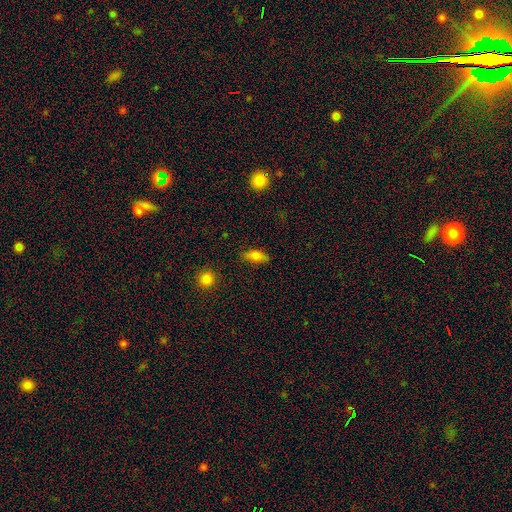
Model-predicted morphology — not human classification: A smooth galaxy with no disk features (79%) that is in between round and cigar-shaped (83%).

Vote fractions:
- Smooth or featured? smooth: 79% / featured or disk: 11% / star or artifact: 9%
- How rounded? in between: 83% / cigar-shaped: 13% / round: 4%
- Merging? none: 83% / minor disturbance: 13% / major disturbance: 3% / merger: 2%